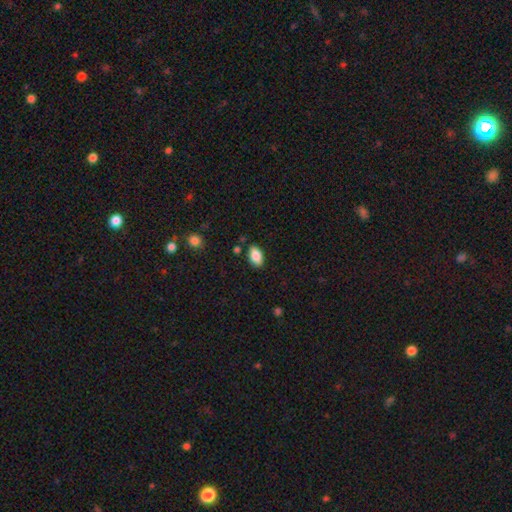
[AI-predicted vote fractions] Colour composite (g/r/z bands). It shows a smooth galaxy with no disk features (87%) that is in between round and cigar-shaped (93%). Merging: none (84%).